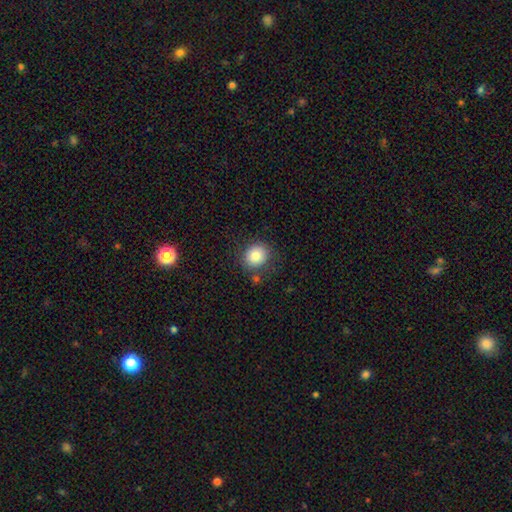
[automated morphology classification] Smooth or featured? Predicted: smooth (p=0.83). How rounded? Predicted: round (p=0.78). Merging? Predicted: none (p=0.80).